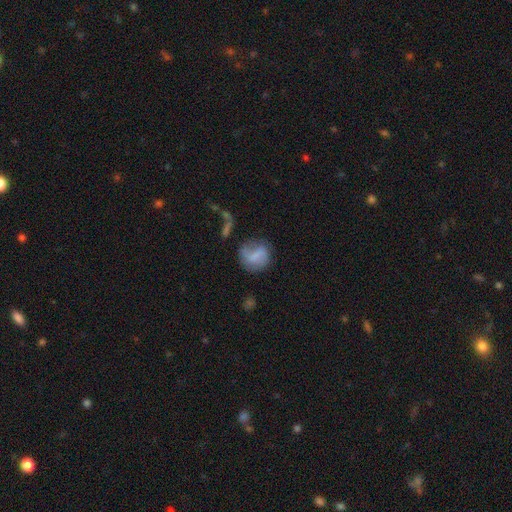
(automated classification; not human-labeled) Morphology: type=smooth (59%); roundness=round (74%); merging=none (53%).